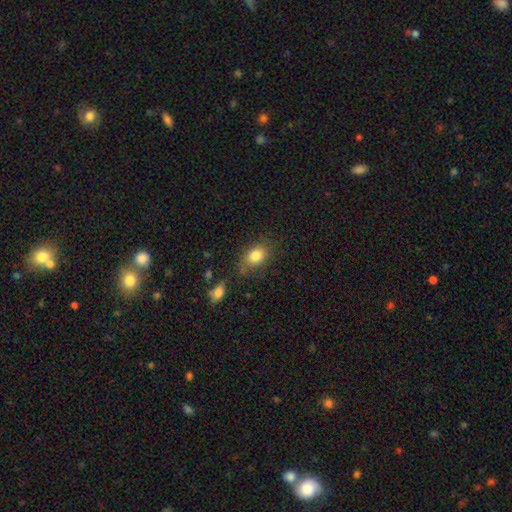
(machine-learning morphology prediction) Smooth or featured?
  - smooth: 82% *
  - star or artifact: 9%
  - featured or disk: 9%
How rounded?
  - in between: 73% *
  - round: 26%
  - cigar-shaped: 2%
Merging?
  - none: 70% *
  - minor disturbance: 19%
  - major disturbance: 6%
  - merger: 4%